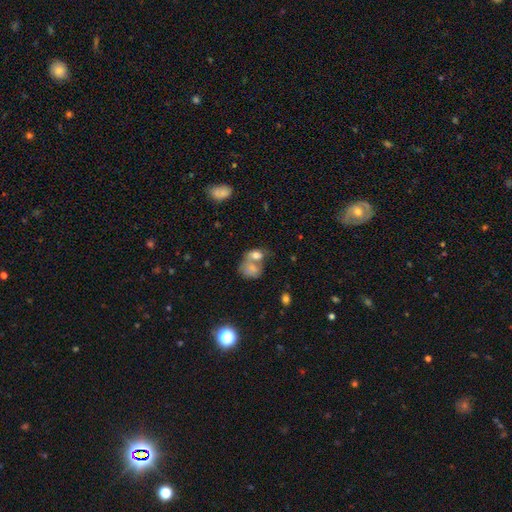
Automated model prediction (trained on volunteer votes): This is likely a smooth galaxy (67%). How rounded: likely in between (66%). Merging: likely merger (64%).